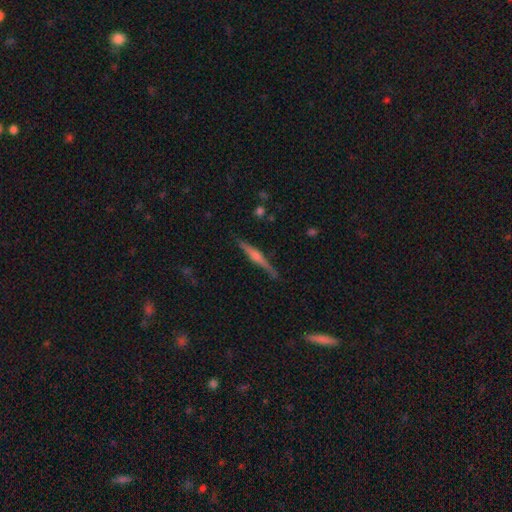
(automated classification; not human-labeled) smooth_or_featured: featured or disk (p=0.70) [alt: smooth p=0.24]
disk_edge_on: yes (p=0.98) [alt: no p=0.02]
edge_on_bulge: rounded (p=0.73) [alt: boxy p=0.15]
merging: none (p=0.87) [alt: minor disturbance p=0.10]